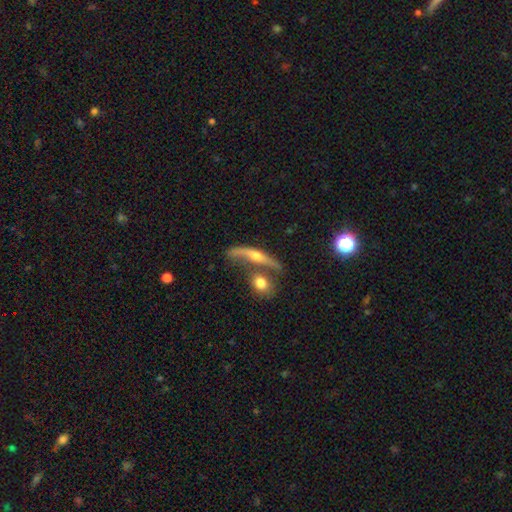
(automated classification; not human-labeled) Smooth or featured: featured or disk — 63% (smooth — 29%)
Edge-on disk: yes — 80% (no — 20%)
Edge-on bulge: rounded — 88% (none — 7%)
Merging: none — 46% (merger — 29%)